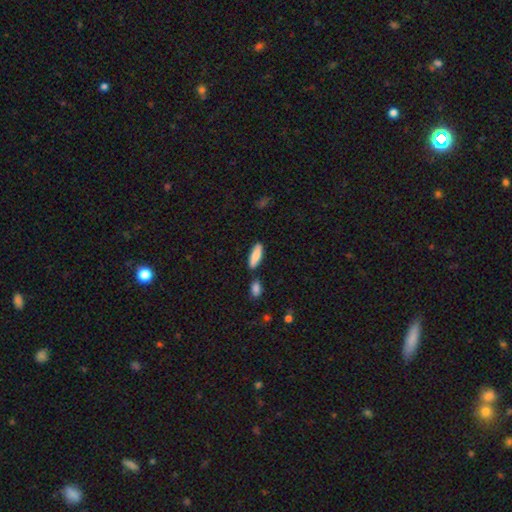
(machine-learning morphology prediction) Smooth or featured? smooth (84%)
How rounded? in between (51%)
Merging? none (80%)